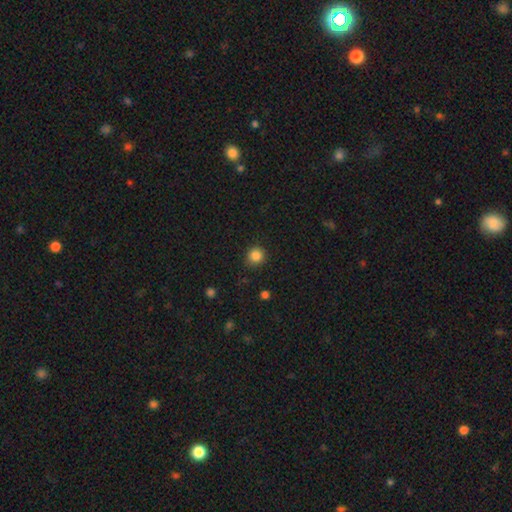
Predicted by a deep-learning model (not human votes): Smooth or featured? Predicted: smooth (p=0.85). How rounded? Predicted: round (p=0.91). Merging? Predicted: none (p=0.86).